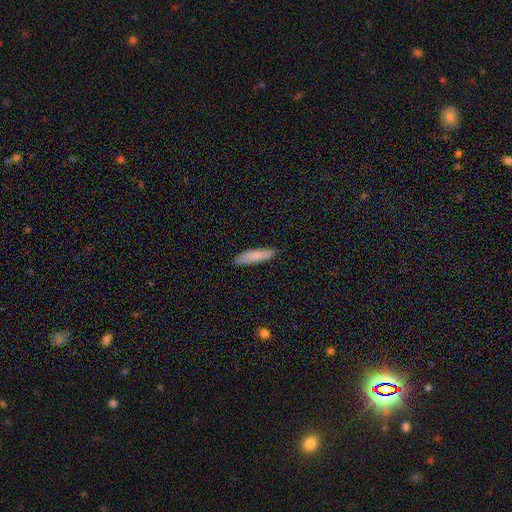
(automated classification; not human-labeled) This appears to be a smooth galaxy with no disk features (80%) that is cigar-shaped (75%). Merging: none (86%).